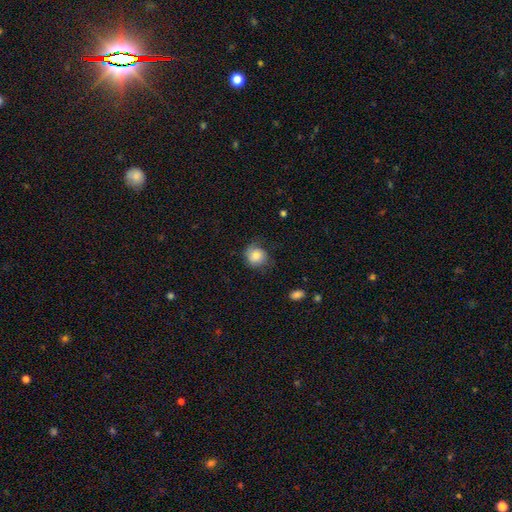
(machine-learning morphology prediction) type=smooth (82%); roundness=round (79%); merging=none (61%).